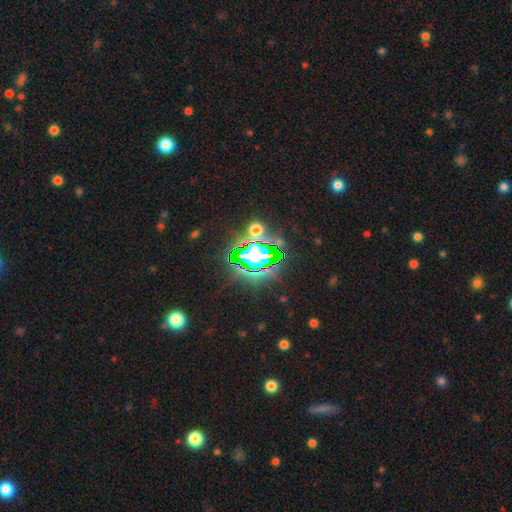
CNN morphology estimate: This is likely a star or artifact rather than a galaxy (72%).